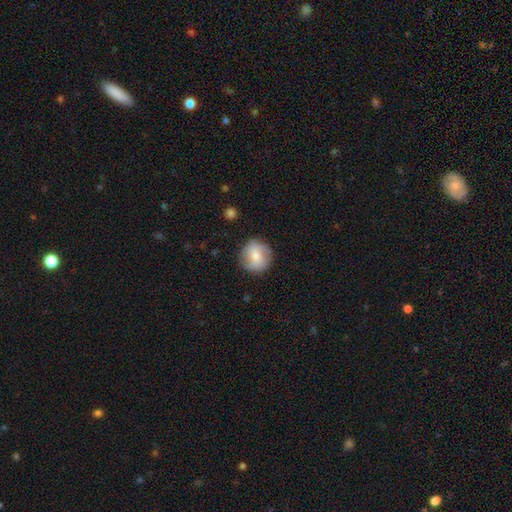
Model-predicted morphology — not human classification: A smooth galaxy with no disk features (58%) that is round (92%). Merging: none (83%).